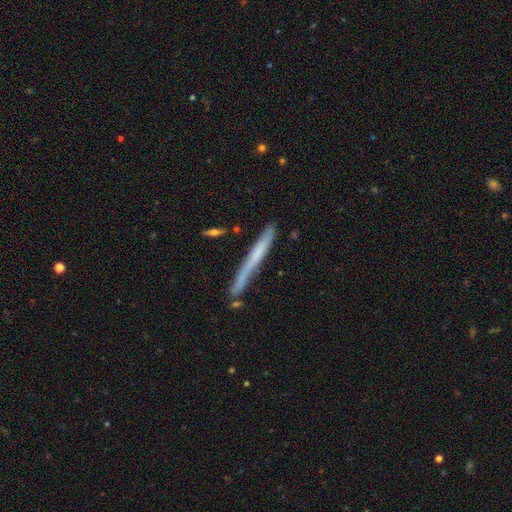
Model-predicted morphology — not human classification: smooth_or_featured: featured or disk (p=0.48) [alt: smooth p=0.45]
merging: none (p=0.74) [alt: minor disturbance p=0.17]